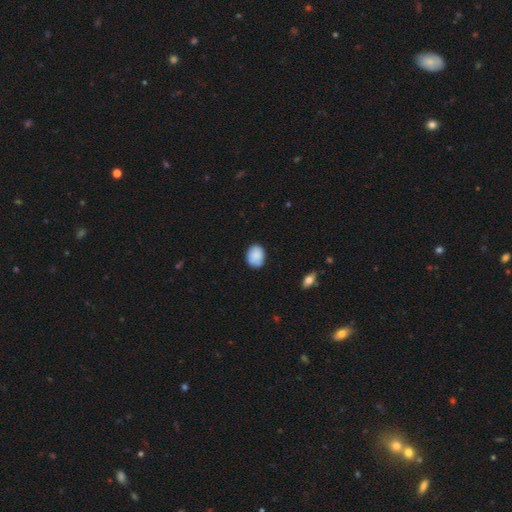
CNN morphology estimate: Q: Smooth or featured?
A: smooth (86%); runner-up: star or artifact (7%)
Q: How rounded?
A: in between (55%); runner-up: round (44%)
Q: Merging?
A: none (80%); runner-up: minor disturbance (16%)